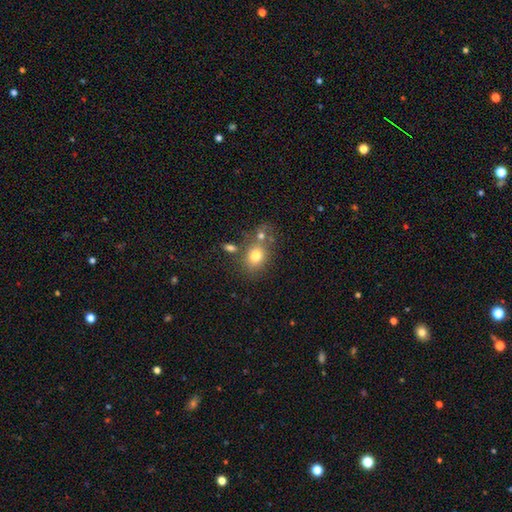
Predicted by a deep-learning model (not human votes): This appears to be a smooth galaxy with no disk features (76%) that is round (50%). Merging: none (56%).